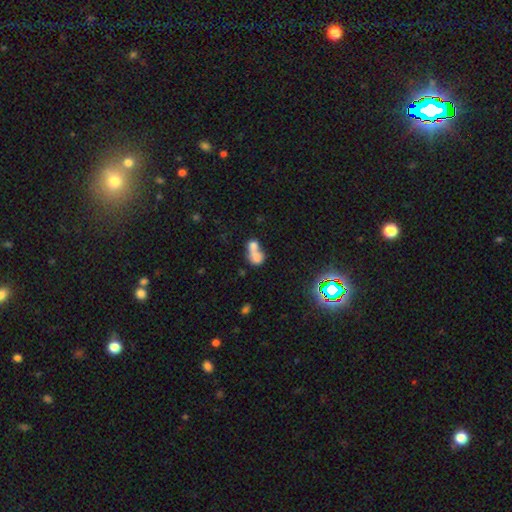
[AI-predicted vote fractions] Q: Smooth or featured?
A: smooth (69%); runner-up: featured or disk (19%)
Q: How rounded?
A: in between (63%); runner-up: round (34%)
Q: Merging?
A: merger (72%); runner-up: none (16%)